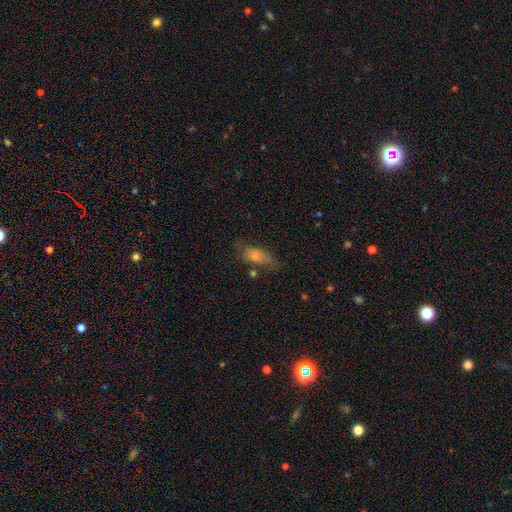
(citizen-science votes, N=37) Overall: smooth (73%). How rounded: in between (89%). Merging: none (57%; minor disturbance 34%).